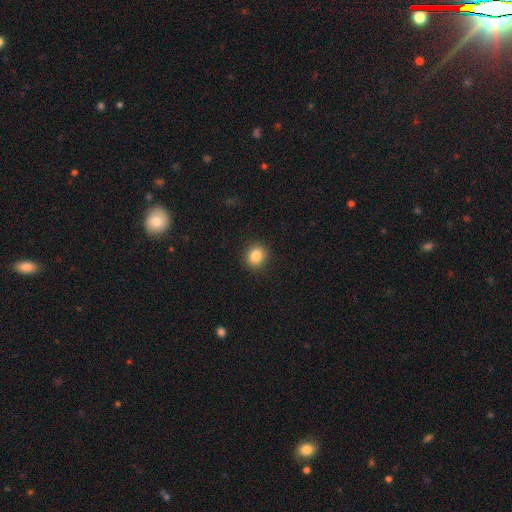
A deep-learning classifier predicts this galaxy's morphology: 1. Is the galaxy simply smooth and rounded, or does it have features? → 85% smooth, 10% star or artifact, 5% featured or disk.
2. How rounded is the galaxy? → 79% round, 20% in between, 1% cigar-shaped.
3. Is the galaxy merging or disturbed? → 90% none, 7% minor disturbance, 2% major disturbance, 1% merger.